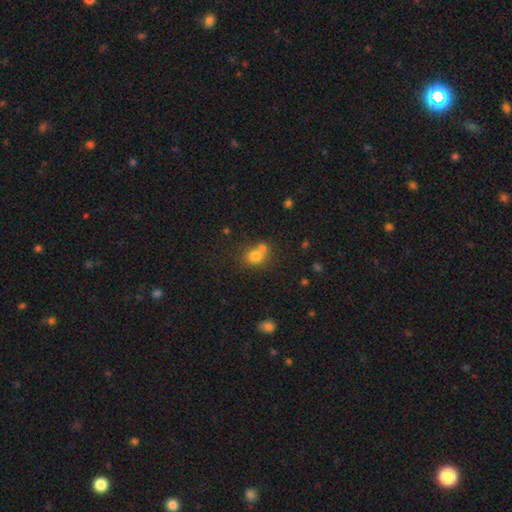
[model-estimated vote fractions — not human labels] A smooth galaxy with no disk features (76%) that is round (70%). Merging: merger (45%).